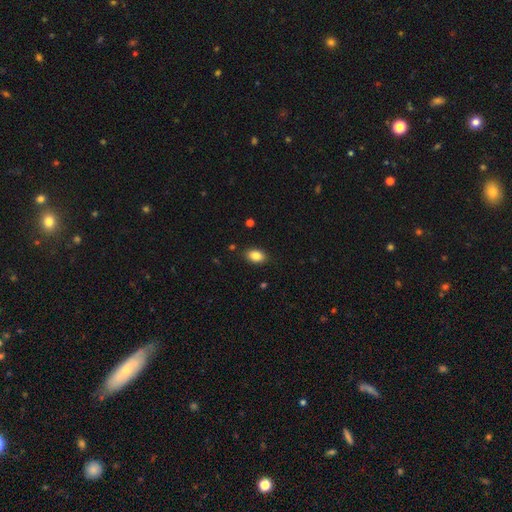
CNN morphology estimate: Smooth or featured? smooth (85%)
How rounded? in between (86%)
Merging? none (87%)